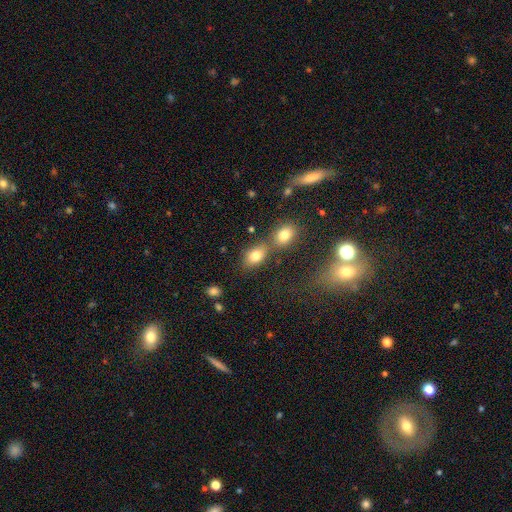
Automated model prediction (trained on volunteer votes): smooth_or_featured: smooth (p=0.80) [alt: star or artifact p=0.11]
how_rounded: in between (p=0.82) [alt: round p=0.16]
merging: none (p=0.49) [alt: merger p=0.36]